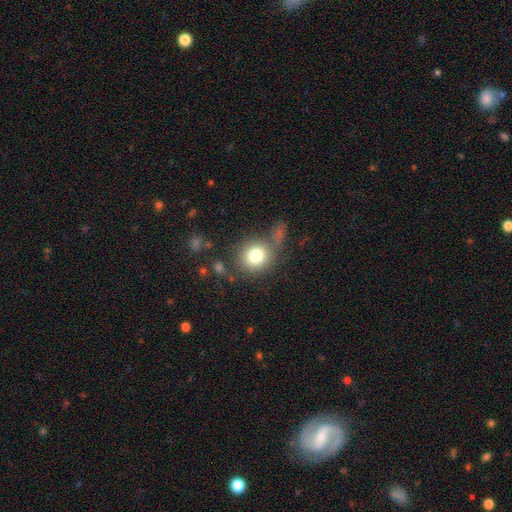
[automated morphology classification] A smooth galaxy with no disk features (79%) that is round (84%).

Vote fractions:
- Smooth or featured? smooth: 79% / featured or disk: 11% / star or artifact: 10%
- How rounded? round: 84% / in between: 15% / cigar-shaped: 1%
- Merging? none: 65% / minor disturbance: 15% / merger: 11% / major disturbance: 9%